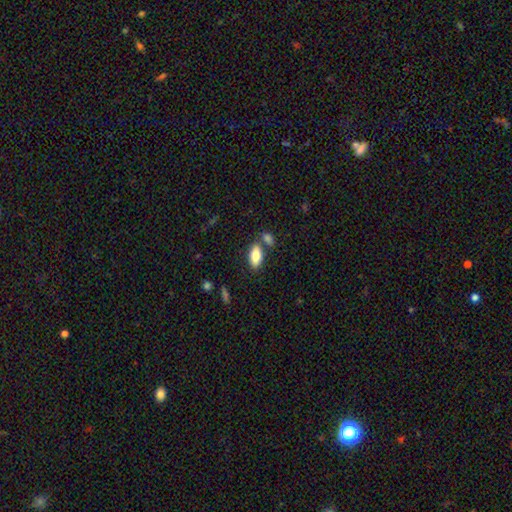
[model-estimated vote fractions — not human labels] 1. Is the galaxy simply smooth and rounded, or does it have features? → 80% smooth, 14% featured or disk, 7% star or artifact.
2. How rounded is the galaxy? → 88% in between, 9% cigar-shaped, 3% round.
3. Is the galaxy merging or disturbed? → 73% none, 14% merger, 10% minor disturbance, 3% major disturbance.